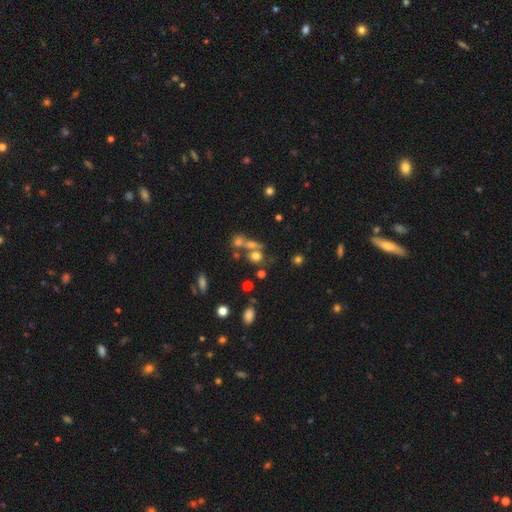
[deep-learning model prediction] Smooth or featured: smooth — 65% (star or artifact — 20%)
How rounded: round — 69% (in between — 27%)
Merging: none — 45% (merger — 36%)